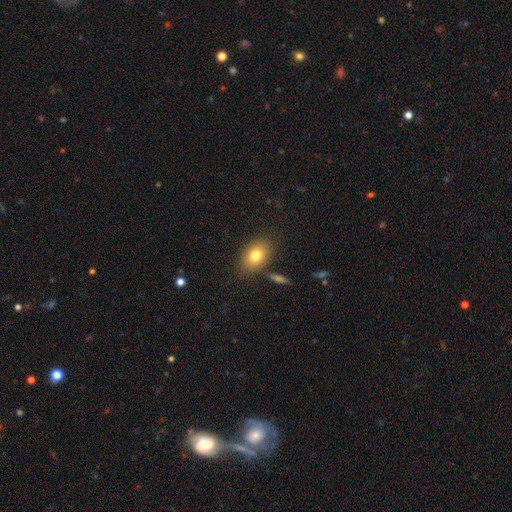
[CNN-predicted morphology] type=smooth (78%); roundness=in between (80%); merging=none (78%).